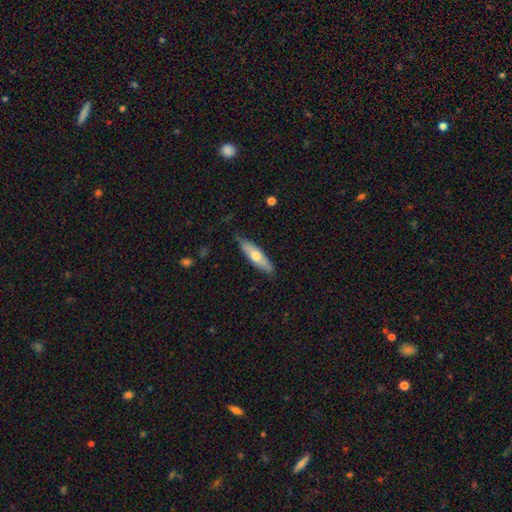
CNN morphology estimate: smooth 60%, featured or disk 34%, star or artifact 5%. Down the decision tree: how rounded — cigar-shaped (61%); merging — none (82%).